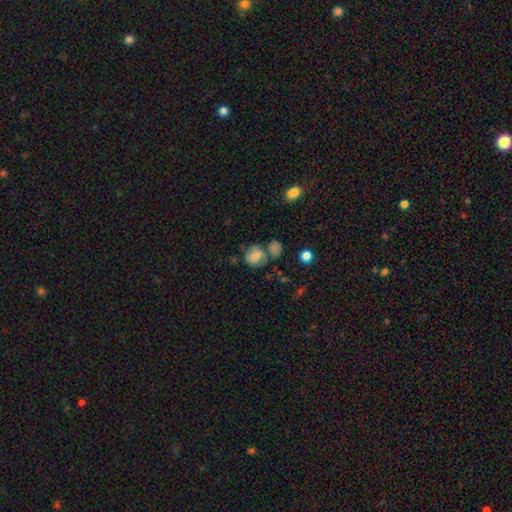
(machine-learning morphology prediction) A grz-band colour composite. It shows a smooth galaxy with no disk features (62%) that is round (69%). Merging: none (51%).